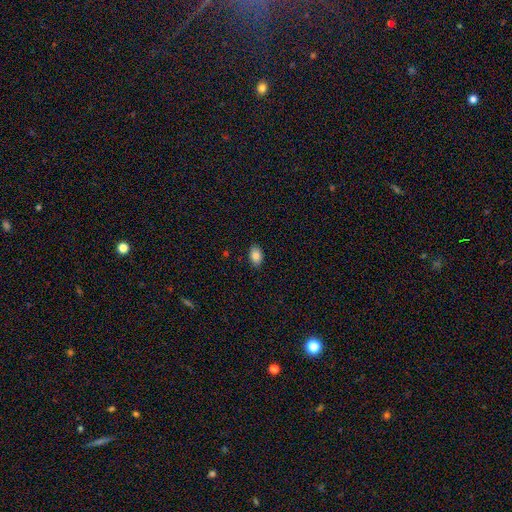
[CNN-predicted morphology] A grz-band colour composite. It shows a smooth galaxy with no disk features (85%) that is in between round and cigar-shaped (85%). Merging: none (87%).